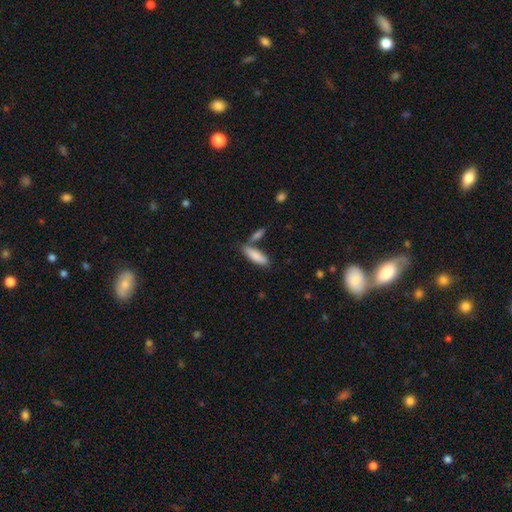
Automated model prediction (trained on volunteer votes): The model was most divided on "how rounded": cigar-shaped: 50%, in between: 48%, round: 2%. More confident: smooth or featured — smooth (85%); merging — none (64%).